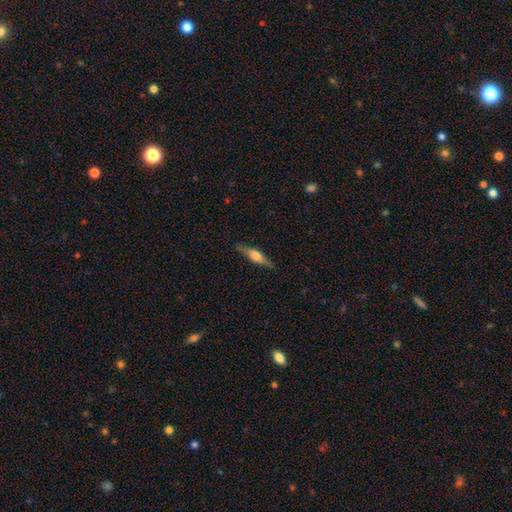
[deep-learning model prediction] Q: Smooth or featured?
A: featured or disk (54%); runner-up: smooth (40%)
Q: Edge-on disk?
A: yes (94%); runner-up: no (6%)
Q: Edge-on bulge?
A: rounded (80%); runner-up: boxy (15%)
Q: Merging?
A: none (85%); runner-up: minor disturbance (12%)